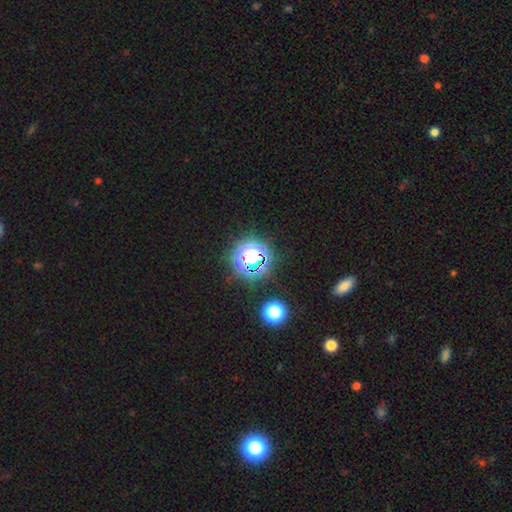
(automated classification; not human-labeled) This is likely a star or artifact rather than a galaxy (68%).